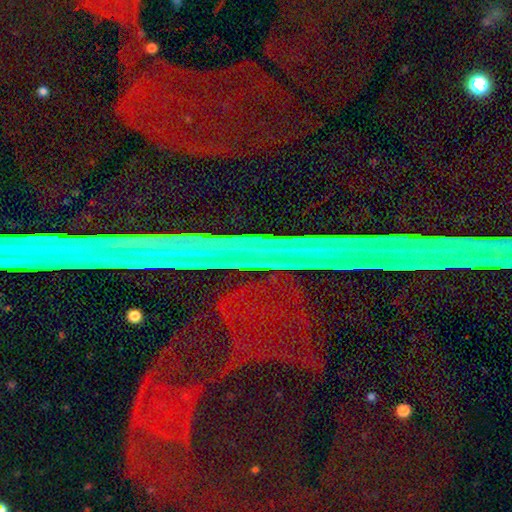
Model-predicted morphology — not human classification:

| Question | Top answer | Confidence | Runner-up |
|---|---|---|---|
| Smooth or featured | star or artifact | 86% | featured or disk (8%) |